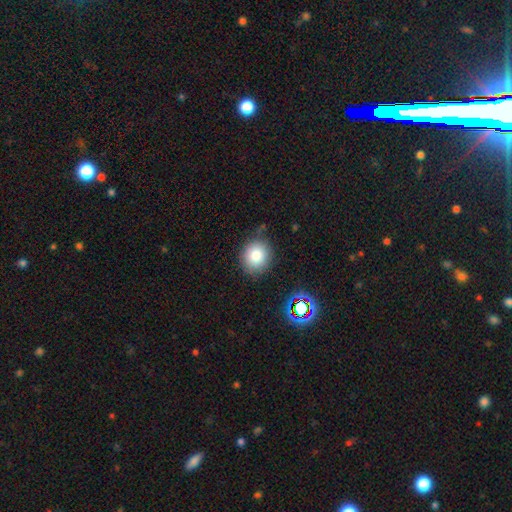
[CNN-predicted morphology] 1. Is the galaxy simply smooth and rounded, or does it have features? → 83% smooth, 11% star or artifact, 7% featured or disk.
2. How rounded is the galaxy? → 81% round, 18% in between, 1% cigar-shaped.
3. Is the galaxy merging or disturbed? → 80% none, 14% minor disturbance, 3% major disturbance, 3% merger.